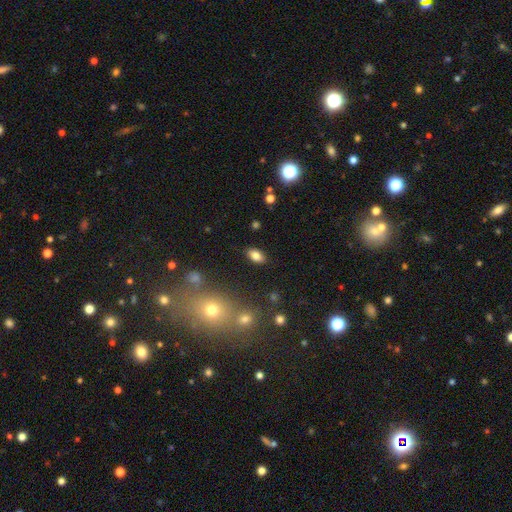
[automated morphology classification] This appears to be a smooth galaxy with no disk features (82%) that is in between round and cigar-shaped (91%). Merging: none (86%).